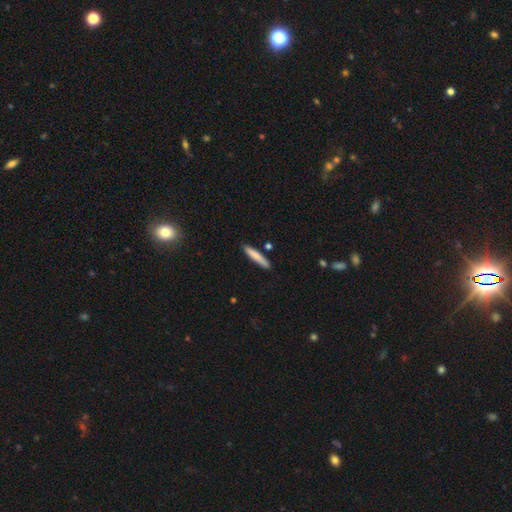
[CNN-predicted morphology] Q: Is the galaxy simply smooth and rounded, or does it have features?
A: smooth — 78%.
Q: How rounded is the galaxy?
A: cigar-shaped — 92%.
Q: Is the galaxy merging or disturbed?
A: none — 86%.